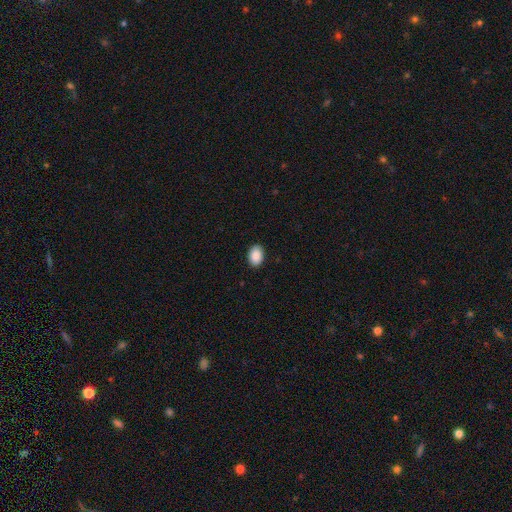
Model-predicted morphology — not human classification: A smooth galaxy with no disk features (90%) that is in between round and cigar-shaped (82%). Merging: none (90%).